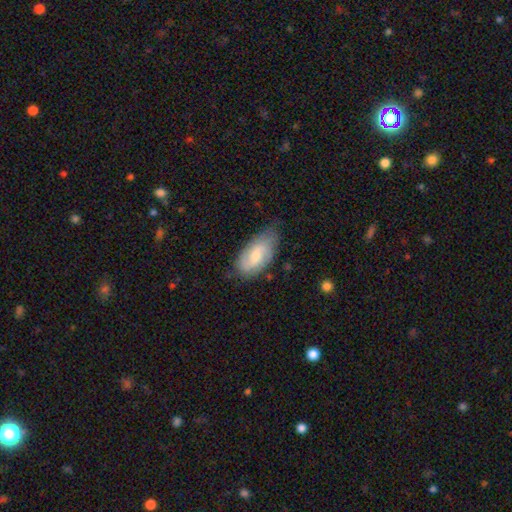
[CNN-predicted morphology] smooth_or_featured: smooth (p=0.57) [alt: featured or disk p=0.37]
how_rounded: in between (p=0.92) [alt: cigar-shaped p=0.05]
merging: none (p=0.64) [alt: minor disturbance p=0.28]